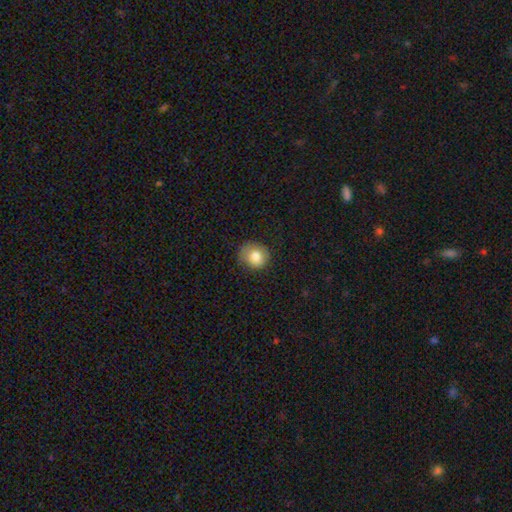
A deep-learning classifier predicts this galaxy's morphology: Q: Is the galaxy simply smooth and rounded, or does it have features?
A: smooth — 80%.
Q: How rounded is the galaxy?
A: round — 81%.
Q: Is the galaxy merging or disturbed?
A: none — 71%.